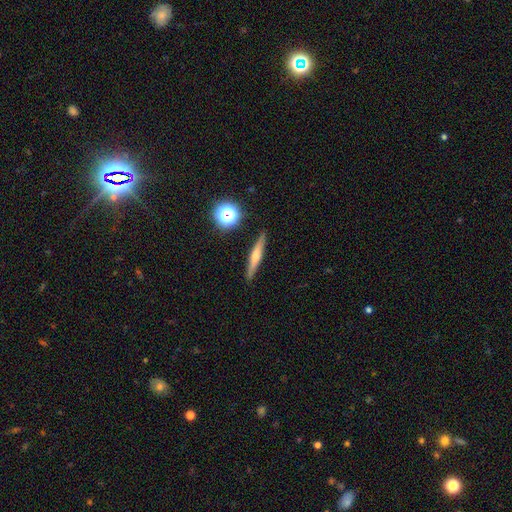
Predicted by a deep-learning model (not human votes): Smooth or featured?
  - featured or disk: 51% *
  - smooth: 40%
  - star or artifact: 9%
Edge-on disk?
  - yes: 95% *
  - no: 5%
Merging?
  - none: 89% *
  - minor disturbance: 8%
  - major disturbance: 2%
  - merger: 2%